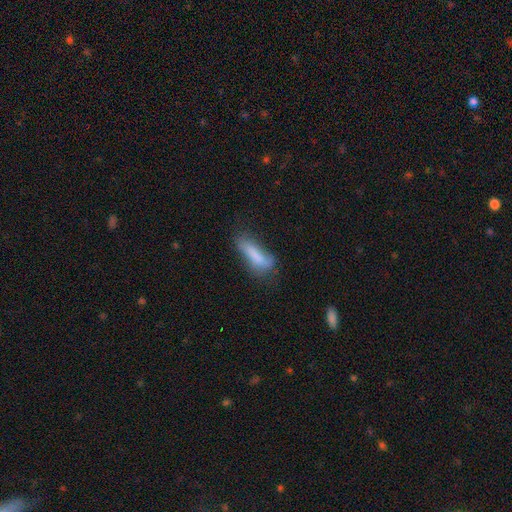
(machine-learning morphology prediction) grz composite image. It shows a smooth galaxy with no disk features (72%) that is cigar-shaped (57%). Merging: none (44%).